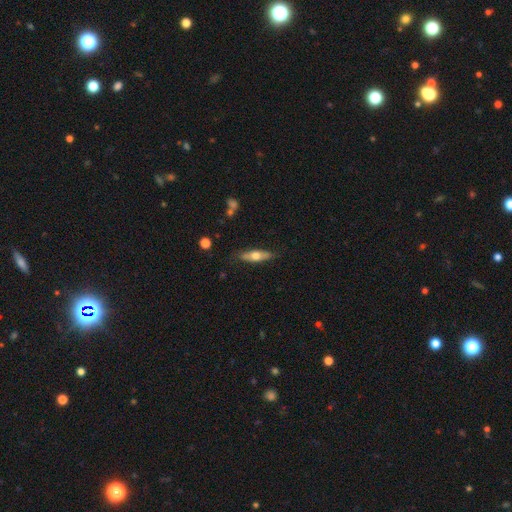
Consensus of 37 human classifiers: A featured or disk galaxy (49%) viewed edge-on (50%, tied with no) with a rounded central bulge (100%). Merging: none (88%).